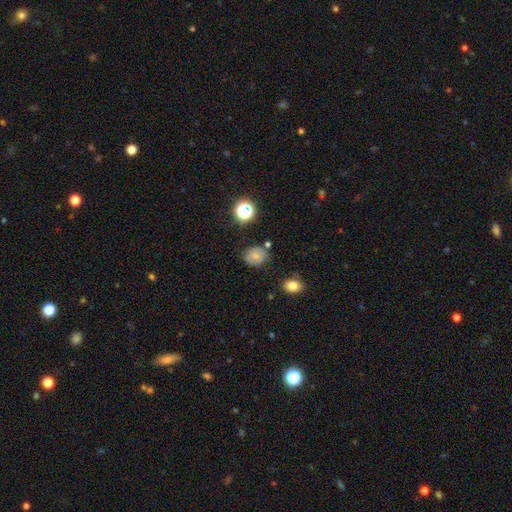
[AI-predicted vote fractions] Smooth or featured: smooth — 70% (featured or disk — 16%)
How rounded: round — 69% (in between — 30%)
Merging: none — 76% (minor disturbance — 16%)